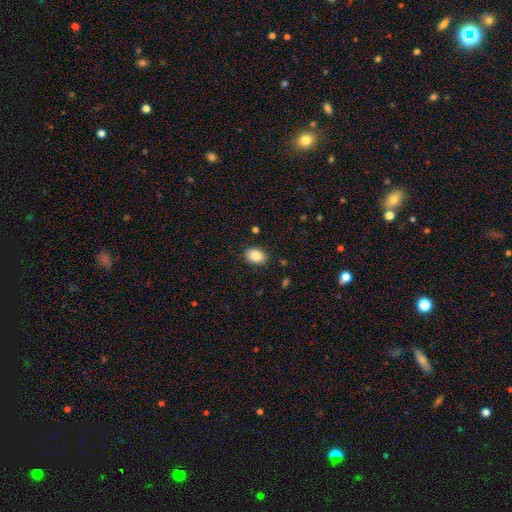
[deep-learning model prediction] smooth_or_featured: smooth (p=0.87) [alt: star or artifact p=0.08]
how_rounded: in between (p=0.78) [alt: round p=0.21]
merging: none (p=0.88) [alt: minor disturbance p=0.08]